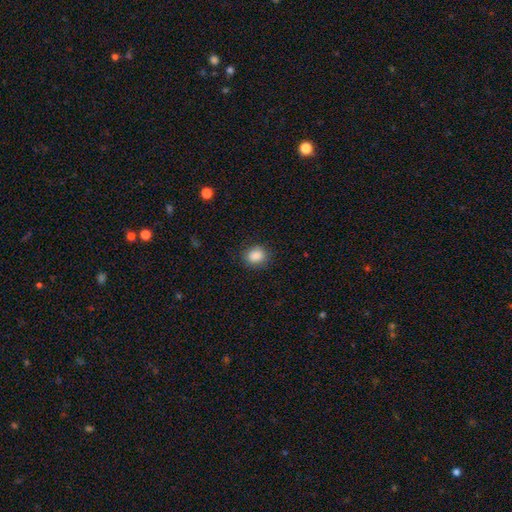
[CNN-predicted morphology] The model was most divided on "how rounded": round: 59%, in between: 40%, cigar-shaped: 1%. More confident: smooth or featured — smooth (88%); merging — none (86%).